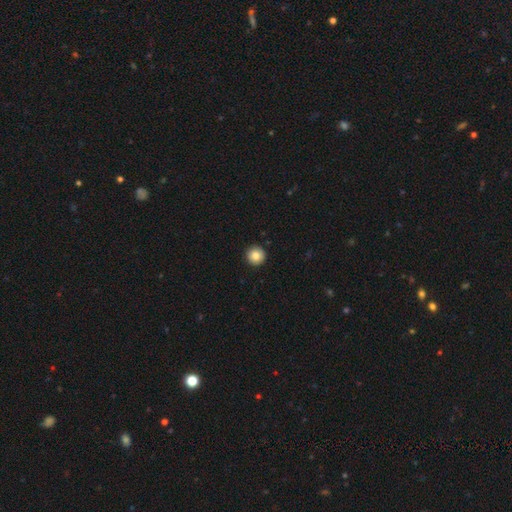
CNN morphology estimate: smooth-or-featured: smooth: 86% | star or artifact: 9% | featured or disk: 5%
  how-rounded: round: 96% | in between: 3% | cigar-shaped: 1%
  merging: none: 93% | minor disturbance: 5% | major disturbance: 1% | merger: 1%